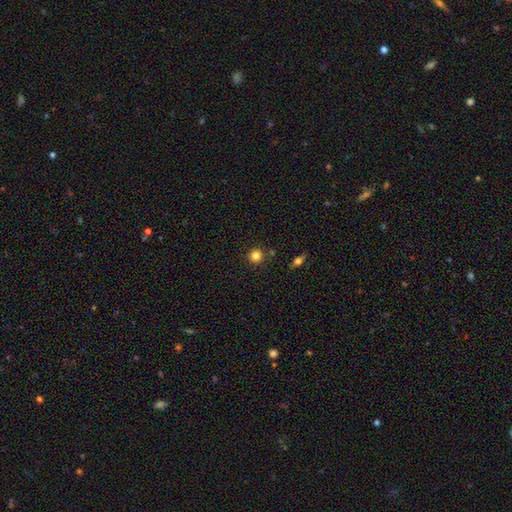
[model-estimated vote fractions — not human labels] The model was most divided on "smooth or featured": smooth: 82%, star or artifact: 12%, featured or disk: 6%. More confident: how rounded — round (93%); merging — none (86%).